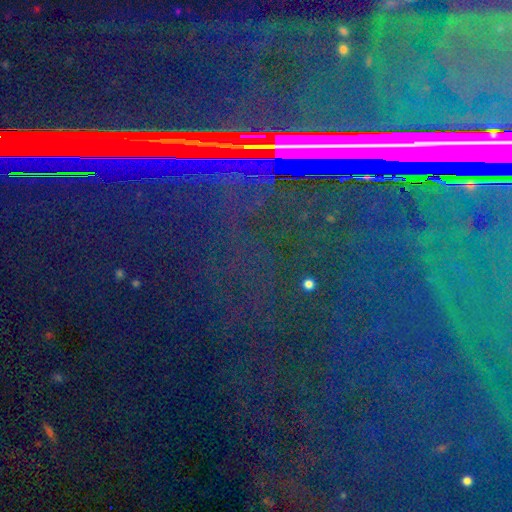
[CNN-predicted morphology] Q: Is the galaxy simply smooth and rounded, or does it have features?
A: star or artifact — 87%.